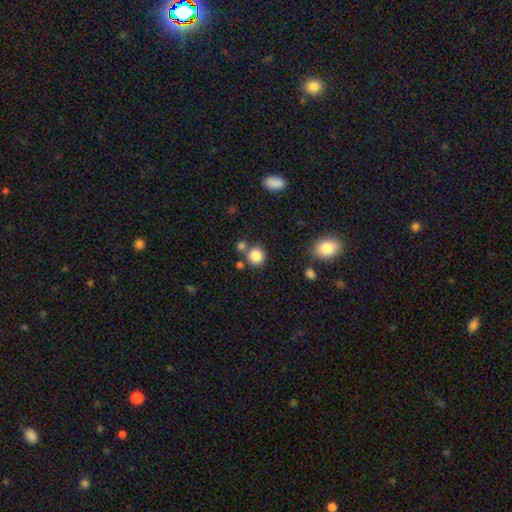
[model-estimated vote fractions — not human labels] Smooth or featured? Predicted: smooth (p=0.85). How rounded? Predicted: round (p=0.90). Merging? Predicted: none (p=0.73).